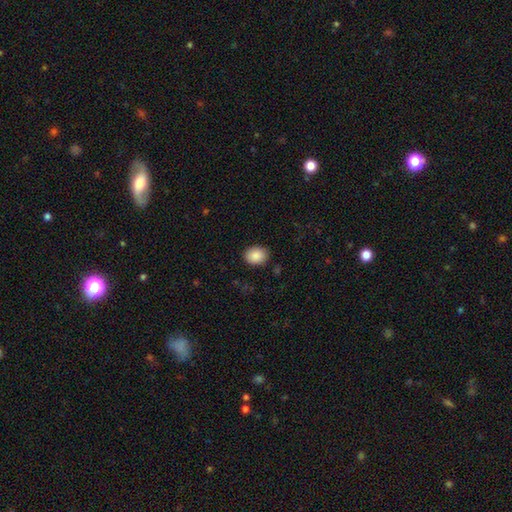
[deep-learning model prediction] Morphology: type=smooth (89%); roundness=in between (52%); merging=none (87%).